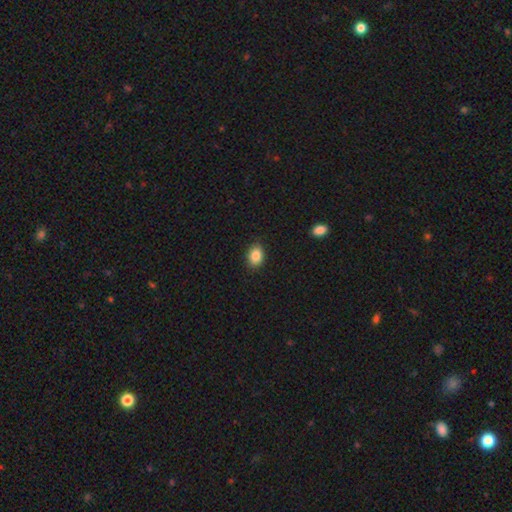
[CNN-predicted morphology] A smooth galaxy with no disk features (86%) that is in between round and cigar-shaped (71%). Merging: none (88%).